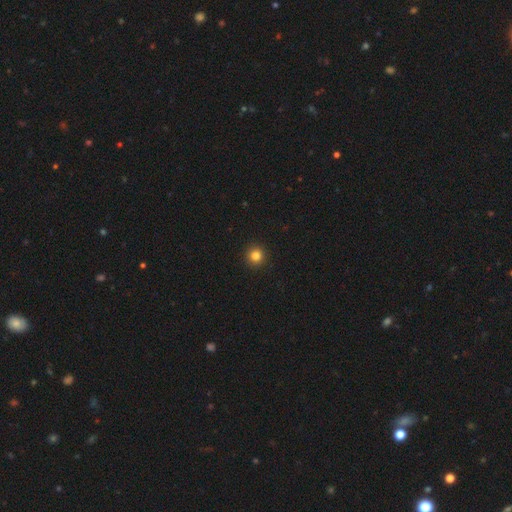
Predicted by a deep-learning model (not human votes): This appears to be a smooth galaxy with no disk features (83%) that is round (95%). Merging: none (94%).